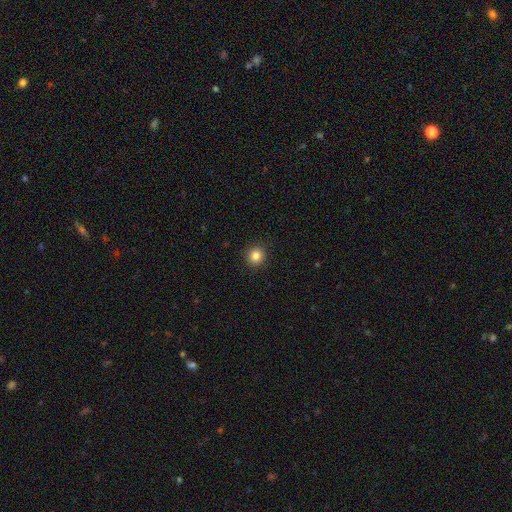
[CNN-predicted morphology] Smooth or featured?
  - smooth: 84% *
  - star or artifact: 11%
  - featured or disk: 5%
How rounded?
  - round: 92% *
  - in between: 7%
  - cigar-shaped: 1%
Merging?
  - none: 92% *
  - minor disturbance: 5%
  - major disturbance: 2%
  - merger: 1%